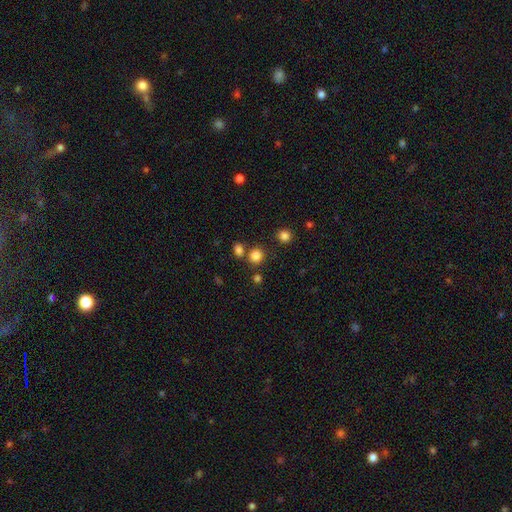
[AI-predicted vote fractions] This appears to be a smooth galaxy with no disk features (81%) that is round (83%). Merging: none (73%).